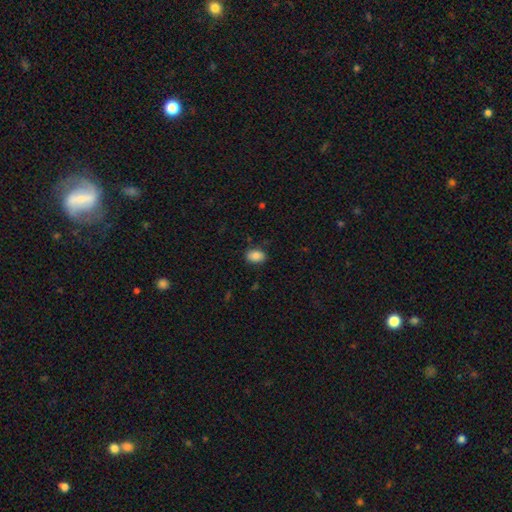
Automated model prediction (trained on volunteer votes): Smooth or featured? Predicted: smooth (p=0.85). How rounded? Predicted: in between (p=0.83). Merging? Predicted: none (p=0.81).